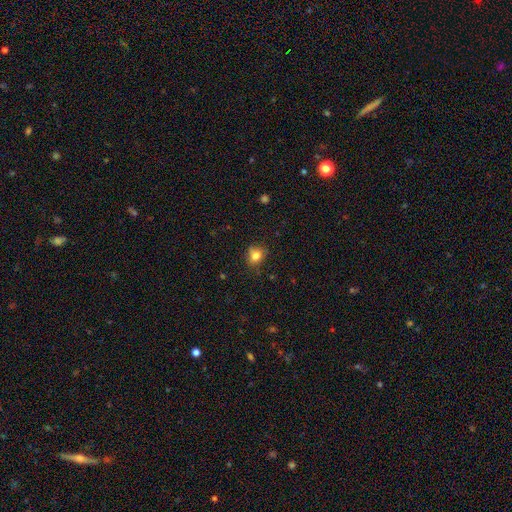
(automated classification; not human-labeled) Morphology: type=smooth (78%); roundness=round (67%); merging=none (70%).